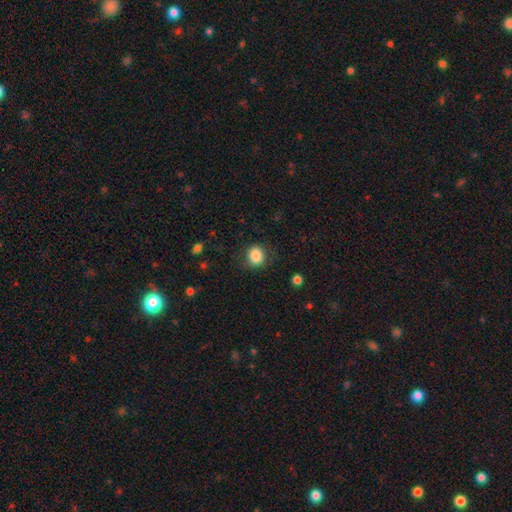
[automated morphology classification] Smooth or featured? smooth (85%)
How rounded? round (68%)
Merging? none (80%)